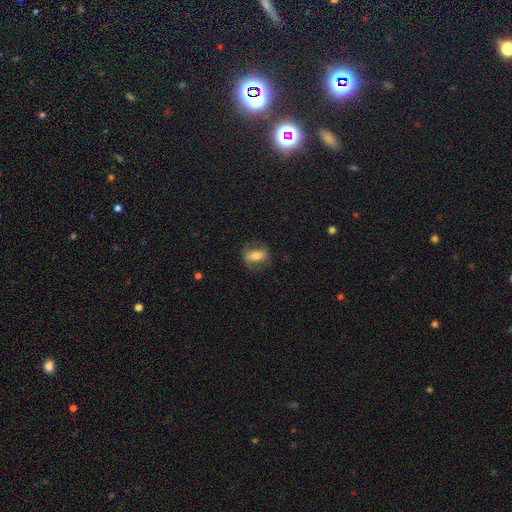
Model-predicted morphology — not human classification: smooth-or-featured: smooth: 52% | featured or disk: 40% | star or artifact: 8%
  how-rounded: in between: 74% | round: 21% | cigar-shaped: 5%
  merging: none: 72% | minor disturbance: 17% | major disturbance: 10% | merger: 1%